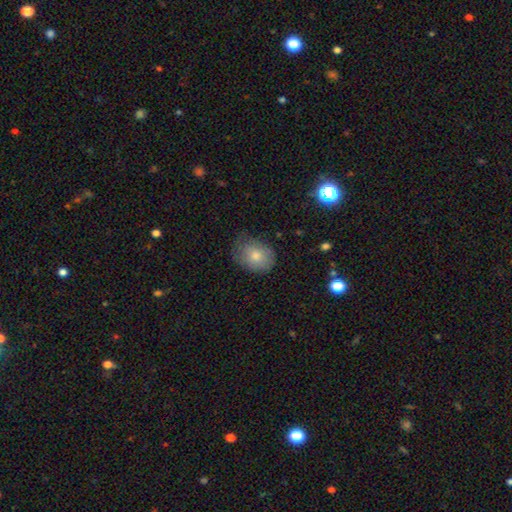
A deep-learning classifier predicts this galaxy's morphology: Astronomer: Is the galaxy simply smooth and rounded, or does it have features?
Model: smooth — 74%.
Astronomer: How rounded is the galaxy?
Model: in between — 56% (runner-up: round, 43%).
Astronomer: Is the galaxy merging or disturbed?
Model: none — 67%.